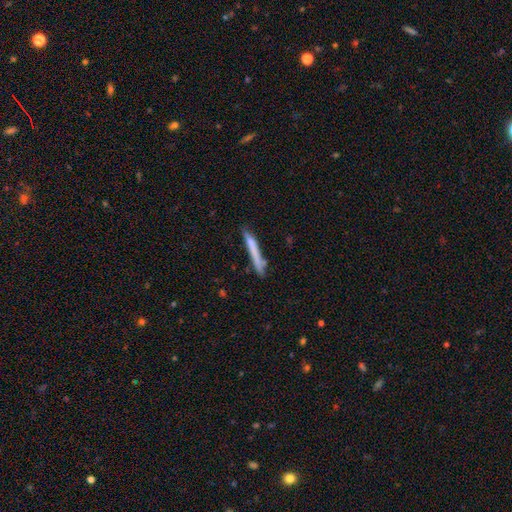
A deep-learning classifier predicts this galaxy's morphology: Smooth or featured?
  - smooth: 63% *
  - featured or disk: 29%
  - star or artifact: 9%
How rounded?
  - cigar-shaped: 96% *
  - in between: 2%
  - round: 1%
Merging?
  - none: 82% *
  - minor disturbance: 13%
  - major disturbance: 3%
  - merger: 2%